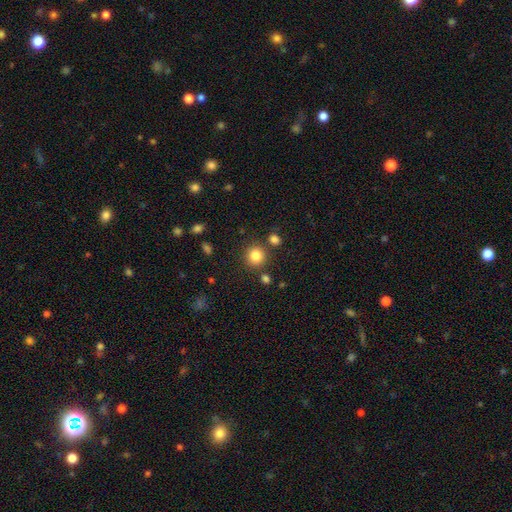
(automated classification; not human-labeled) Overall: smooth (84%). How rounded: round (90%). Merging: none (83%).